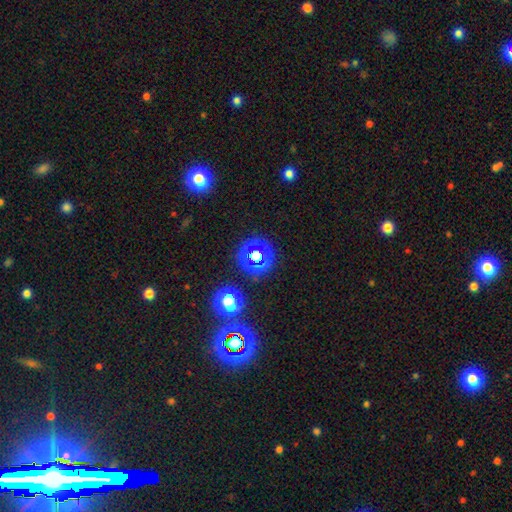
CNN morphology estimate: Smooth or featured?
  - star or artifact: 69% *
  - smooth: 21%
  - featured or disk: 10%